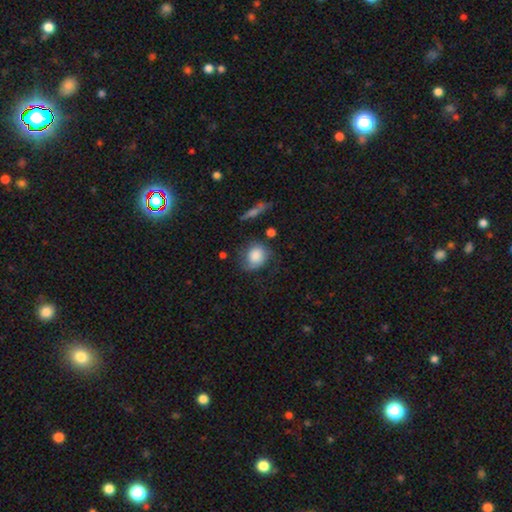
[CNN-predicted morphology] This appears to be a smooth galaxy with no disk features (74%) that is round (62%). Merging: none (49%).